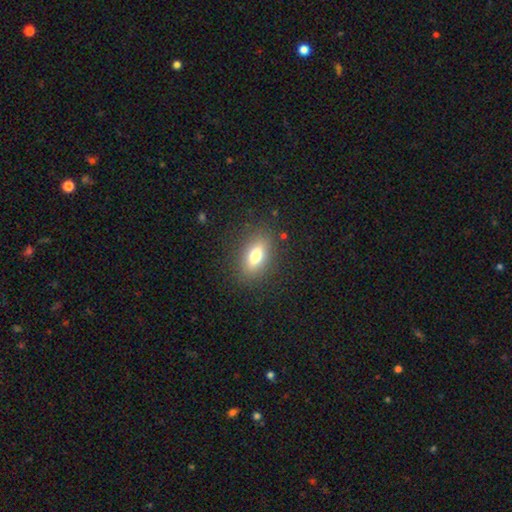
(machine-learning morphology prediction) The model was most divided on "smooth or featured": smooth: 71%, featured or disk: 19%, star or artifact: 10%. More confident: merging — none (86%); how rounded — in between (80%).